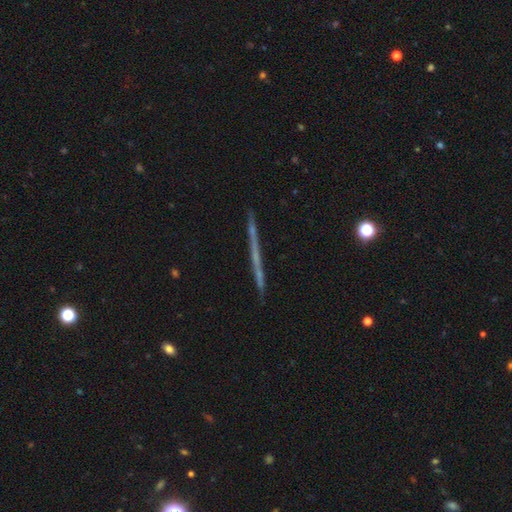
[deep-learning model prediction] featured or disk 58%, smooth 33%, star or artifact 8%. Down the decision tree: edge-on disk — yes (97%); edge-on bulge — none (93%); merging — none (90%).